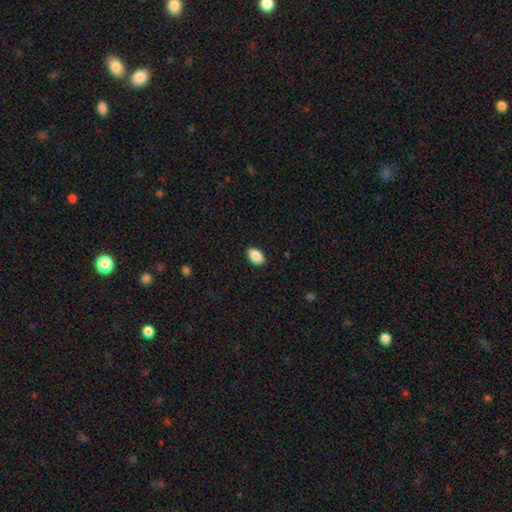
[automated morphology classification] Smooth or featured?
  - smooth: 89% *
  - star or artifact: 7%
  - featured or disk: 4%
How rounded?
  - in between: 93% *
  - round: 5%
  - cigar-shaped: 2%
Merging?
  - none: 90% *
  - minor disturbance: 8%
  - major disturbance: 2%
  - merger: 1%